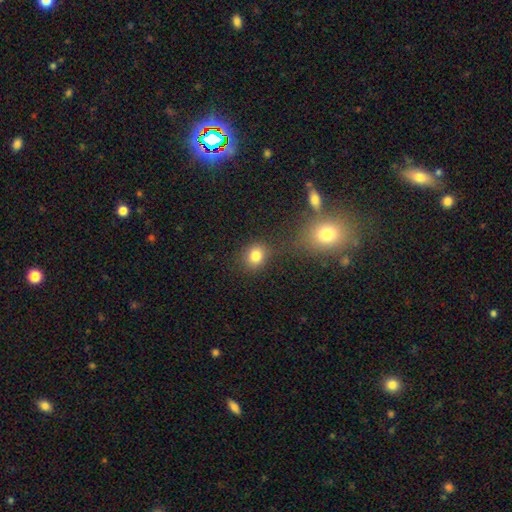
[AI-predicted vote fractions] The model was most divided on "how rounded": round: 67%, in between: 32%, cigar-shaped: 1%. More confident: smooth or featured — smooth (81%); merging — none (72%).